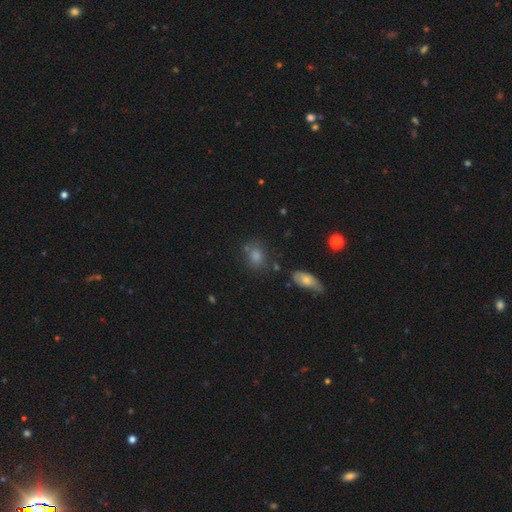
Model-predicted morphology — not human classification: Smooth or featured? smooth (67%)
How rounded? round (56%)
Merging? none (68%)